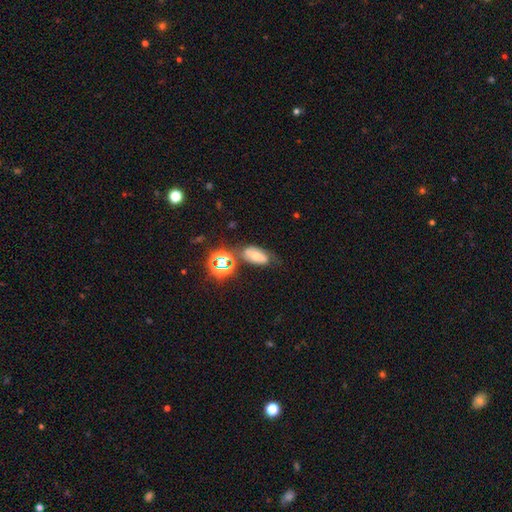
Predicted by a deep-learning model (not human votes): smooth-or-featured: smooth: 45% | featured or disk: 33% | star or artifact: 22%
  merging: none: 56% | minor disturbance: 25% | major disturbance: 10% | merger: 9%